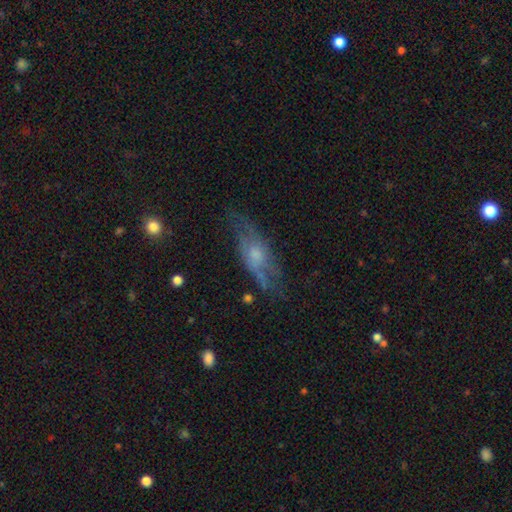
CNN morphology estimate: A featured or disk galaxy (58%).

Vote fractions:
- Smooth or featured? featured or disk: 58% / smooth: 33% / star or artifact: 9%
- Edge-on disk? no: 66% / yes: 34%
- Merging? none: 56% / minor disturbance: 25% / major disturbance: 17% / merger: 3%